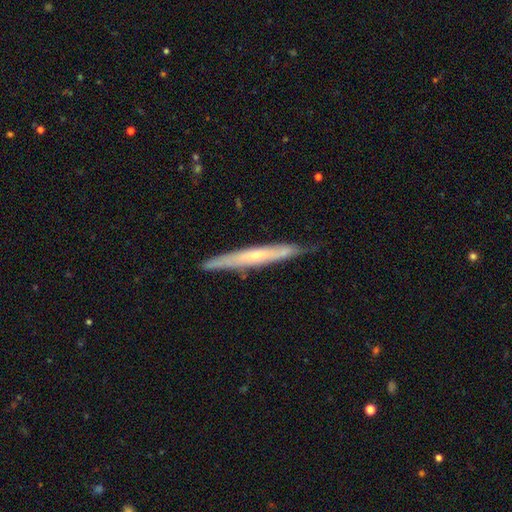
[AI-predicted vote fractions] Smooth or featured: featured or disk — 62% (smooth — 32%)
Edge-on disk: yes — 89% (no — 11%)
Edge-on bulge: none — 52% (rounded — 43%)
Merging: none — 79% (minor disturbance — 17%)